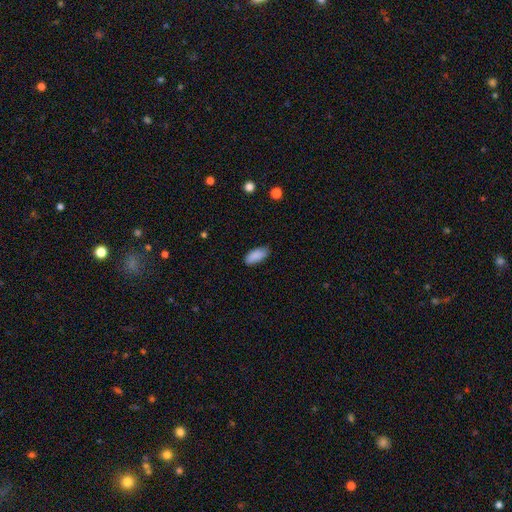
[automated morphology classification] This is clearly a smooth galaxy (89%). How rounded: clearly in between (88%). Merging: clearly none (81%).